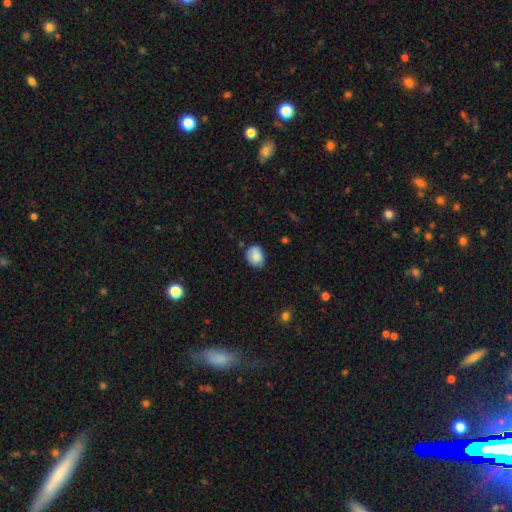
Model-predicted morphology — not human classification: Overall: smooth (82%). How rounded: in between (58%; round 41%). Merging: none (67%).